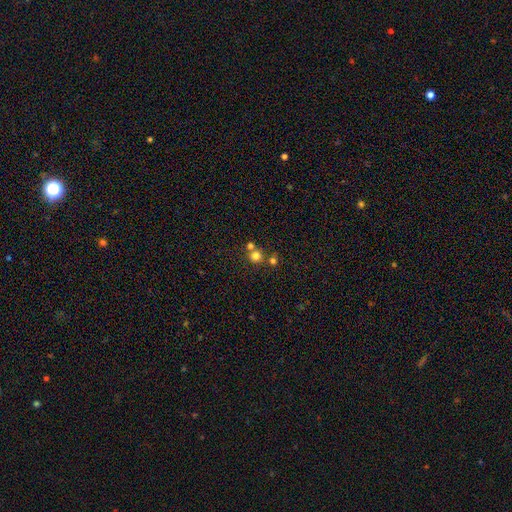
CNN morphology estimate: Smooth or featured? Predicted: smooth (p=0.76). How rounded? Predicted: round (p=0.92). Merging? Predicted: none (p=0.63).